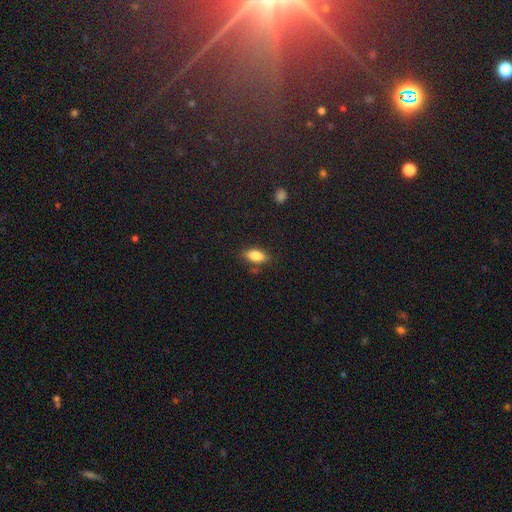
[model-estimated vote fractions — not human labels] Smooth or featured? Predicted: smooth (p=0.80). How rounded? Predicted: in between (p=0.85). Merging? Predicted: none (p=0.81).